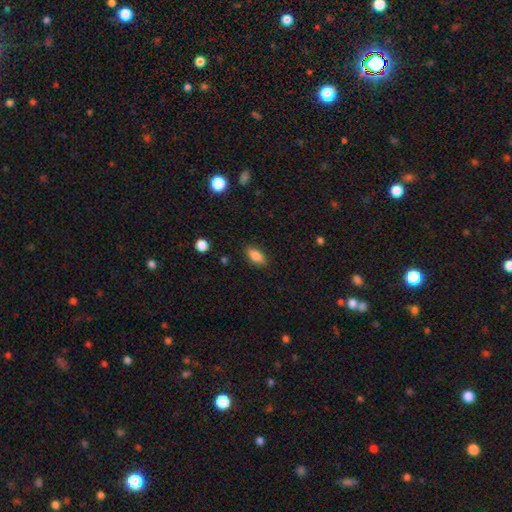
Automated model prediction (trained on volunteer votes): Q: Smooth or featured?
A: smooth (84%); runner-up: star or artifact (8%)
Q: How rounded?
A: in between (88%); runner-up: cigar-shaped (7%)
Q: Merging?
A: none (84%); runner-up: minor disturbance (12%)